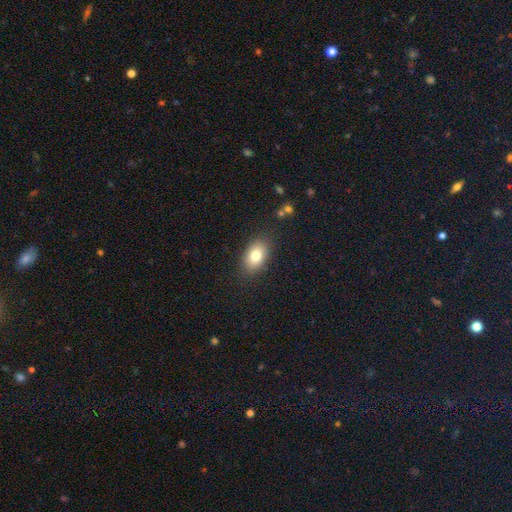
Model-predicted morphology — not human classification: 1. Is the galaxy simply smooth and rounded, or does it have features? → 79% smooth, 12% featured or disk, 9% star or artifact.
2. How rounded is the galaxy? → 87% in between, 11% round, 2% cigar-shaped.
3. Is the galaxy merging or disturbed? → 85% none, 10% minor disturbance, 3% major disturbance, 1% merger.